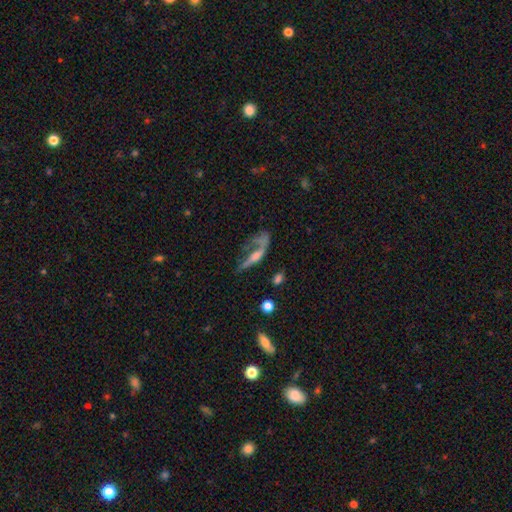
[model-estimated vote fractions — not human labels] Smooth or featured?
  - featured or disk: 57% *
  - smooth: 31%
  - star or artifact: 12%
Edge-on disk?
  - no: 55% *
  - yes: 45%
Merging?
  - major disturbance: 47% *
  - none: 25%
  - minor disturbance: 16%
  - merger: 12%